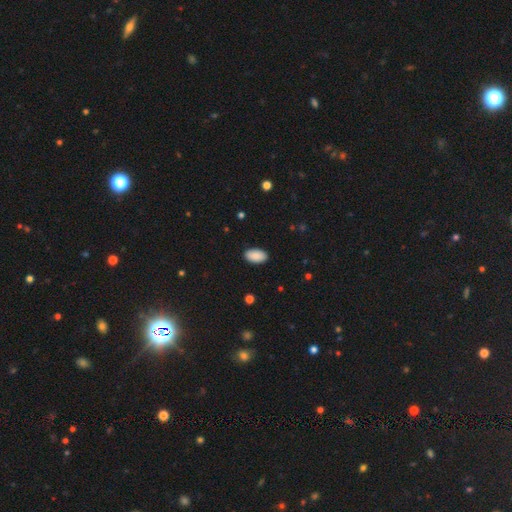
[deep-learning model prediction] A smooth galaxy with no disk features (90%) that is in between round and cigar-shaped (95%). Merging: none (90%).